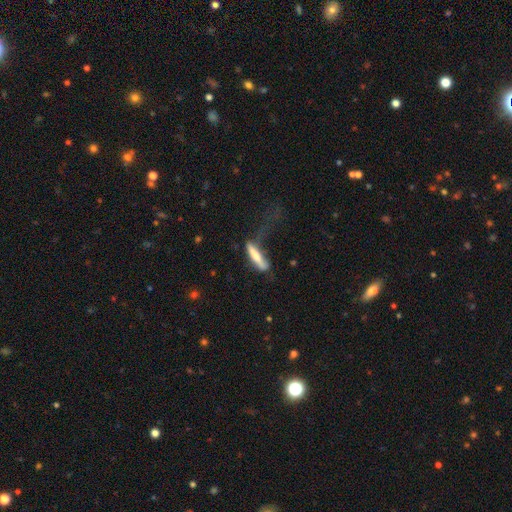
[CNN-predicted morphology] The model was most divided on "merging": none: 38%, major disturbance: 31%, minor disturbance: 27%, merger: 4%. More confident: how rounded — cigar-shaped (84%); smooth or featured — smooth (63%).